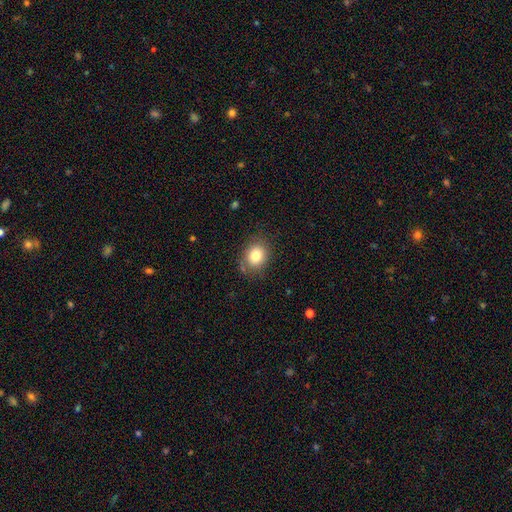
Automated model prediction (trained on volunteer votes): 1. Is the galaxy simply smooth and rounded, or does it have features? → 81% smooth, 10% star or artifact, 9% featured or disk.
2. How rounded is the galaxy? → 56% round, 44% in between, 1% cigar-shaped.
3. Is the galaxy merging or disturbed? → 78% none, 15% minor disturbance, 5% major disturbance, 2% merger.